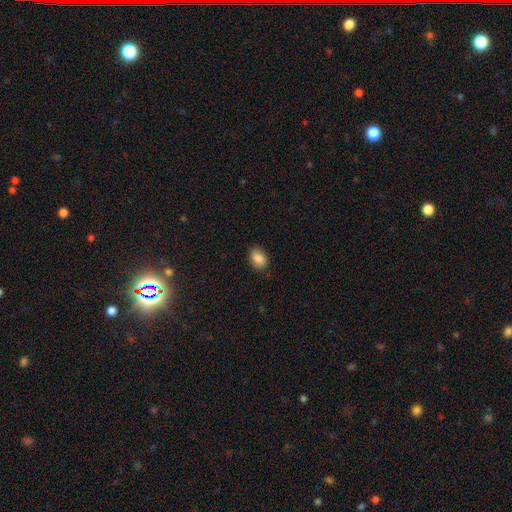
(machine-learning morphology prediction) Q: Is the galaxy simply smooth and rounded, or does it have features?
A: smooth — 82%.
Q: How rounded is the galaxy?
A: in between — 80%.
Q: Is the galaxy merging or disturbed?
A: none — 88%.